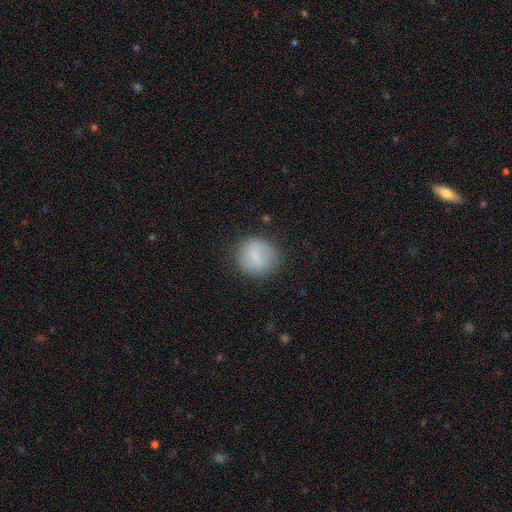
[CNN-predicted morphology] Smooth or featured: smooth — 71% (featured or disk — 21%)
How rounded: round — 83% (in between — 16%)
Merging: none — 78% (minor disturbance — 15%)